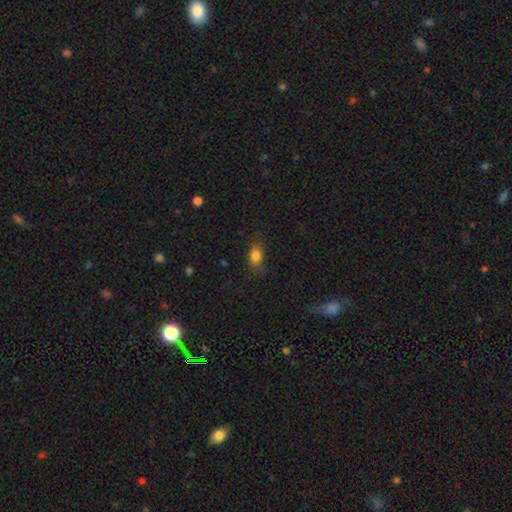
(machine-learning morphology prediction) smooth 83%, star or artifact 10%, featured or disk 7%. Down the decision tree: how rounded — in between (81%); merging — none (75%).